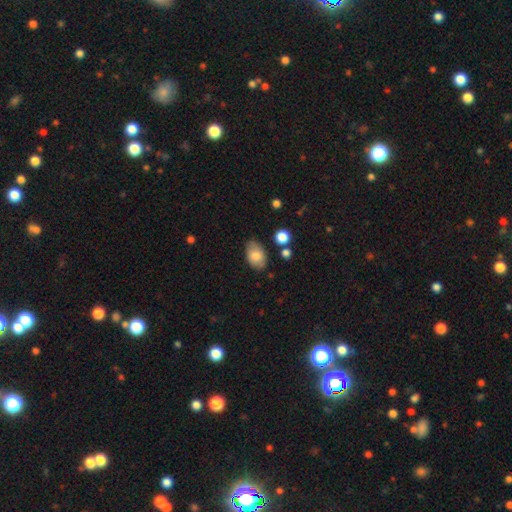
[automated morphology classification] smooth_or_featured: smooth (p=0.80) [alt: featured or disk p=0.13]
how_rounded: in between (p=0.89) [alt: round p=0.10]
merging: none (p=0.77) [alt: minor disturbance p=0.17]